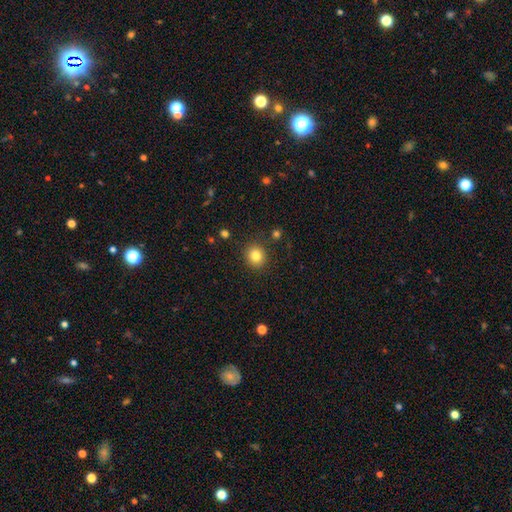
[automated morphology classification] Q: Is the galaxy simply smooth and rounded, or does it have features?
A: smooth — 83%.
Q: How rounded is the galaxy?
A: round — 85%.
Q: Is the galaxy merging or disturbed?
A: none — 88%.